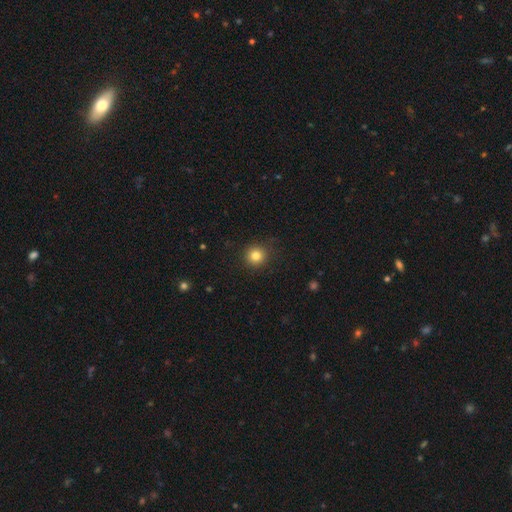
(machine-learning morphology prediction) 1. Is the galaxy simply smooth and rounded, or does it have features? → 83% smooth, 12% star or artifact, 5% featured or disk.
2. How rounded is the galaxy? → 94% round, 5% in between, 1% cigar-shaped.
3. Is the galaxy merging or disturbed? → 89% none, 7% minor disturbance, 2% major disturbance, 1% merger.